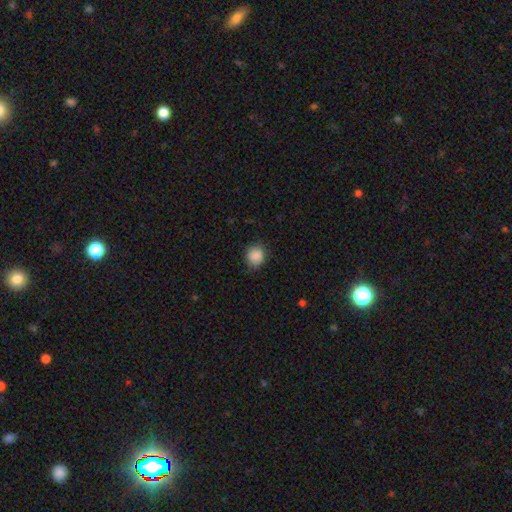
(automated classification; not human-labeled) Smooth or featured? smooth (88%)
How rounded? round (84%)
Merging? none (82%)